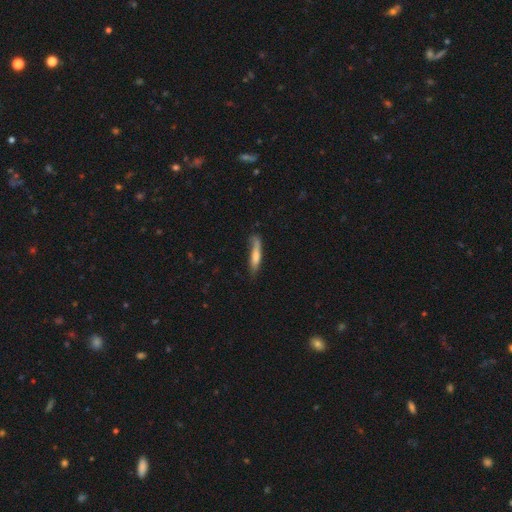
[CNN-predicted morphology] smooth 70%, featured or disk 24%, star or artifact 6%. Down the decision tree: how rounded — cigar-shaped (86%); merging — none (61%).